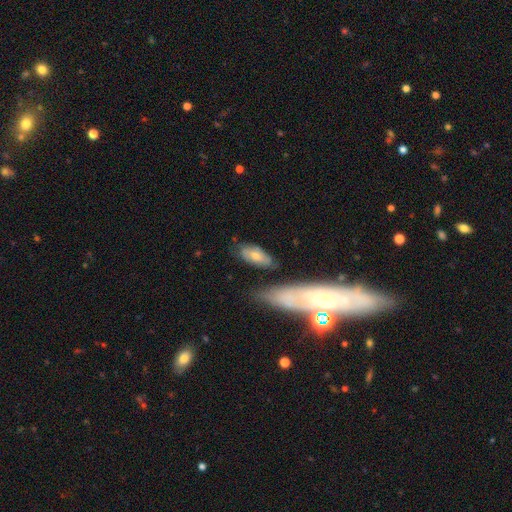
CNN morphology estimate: Smooth or featured? Predicted: smooth (p=0.62). How rounded? Predicted: in between (p=0.83). Merging? Predicted: none (p=0.67).